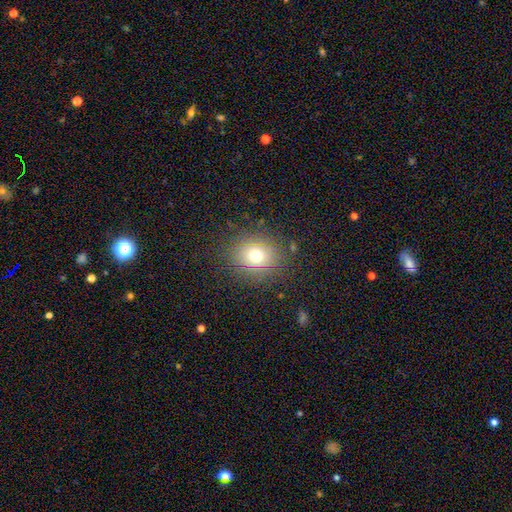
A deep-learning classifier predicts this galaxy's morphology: A smooth galaxy with no disk features (68%) that is round (72%).

Vote fractions:
- Smooth or featured? smooth: 68% / star or artifact: 18% / featured or disk: 14%
- How rounded? round: 72% / in between: 27% / cigar-shaped: 1%
- Merging? none: 84% / minor disturbance: 10% / major disturbance: 5% / merger: 1%